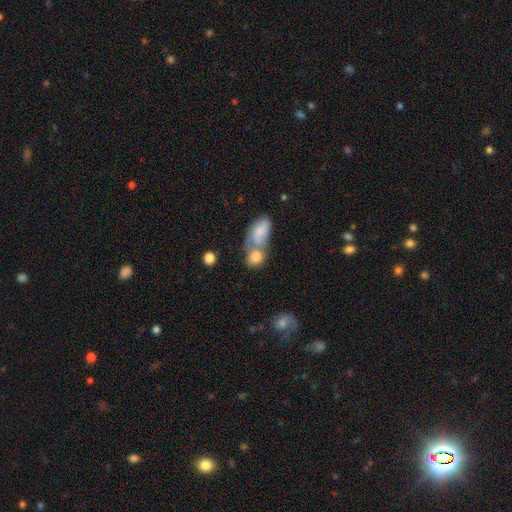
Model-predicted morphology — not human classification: Smooth or featured? smooth (66%)
How rounded? in between (63%)
Merging? merger (59%)